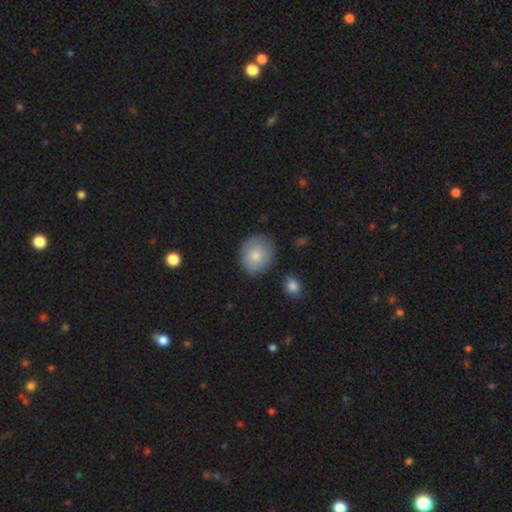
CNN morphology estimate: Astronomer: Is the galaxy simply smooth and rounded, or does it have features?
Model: smooth — 80%.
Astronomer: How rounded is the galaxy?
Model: round — 69%.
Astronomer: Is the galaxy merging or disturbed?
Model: none — 81%.